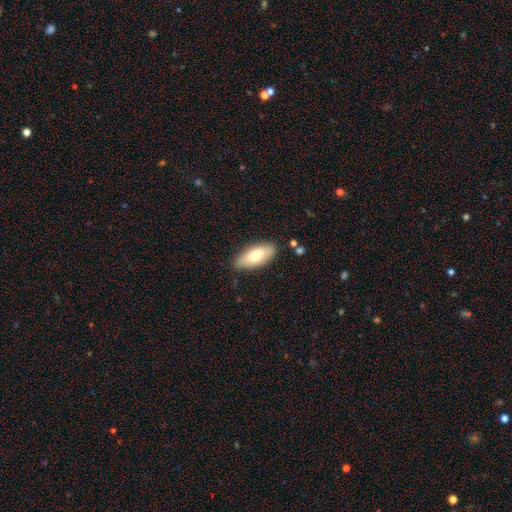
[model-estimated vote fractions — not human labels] smooth_or_featured: smooth (p=0.74) [alt: featured or disk p=0.20]
how_rounded: in between (p=0.86) [alt: cigar-shaped p=0.12]
merging: none (p=0.82) [alt: minor disturbance p=0.14]